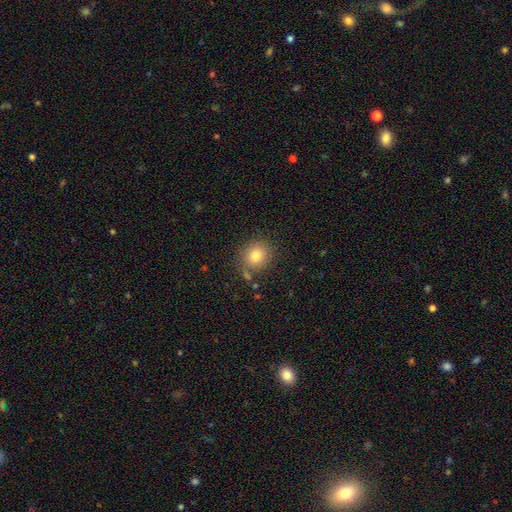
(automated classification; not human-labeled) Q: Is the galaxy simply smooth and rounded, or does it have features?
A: smooth — 80%.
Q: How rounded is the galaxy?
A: round — 82%.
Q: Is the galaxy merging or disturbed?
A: none — 79%.